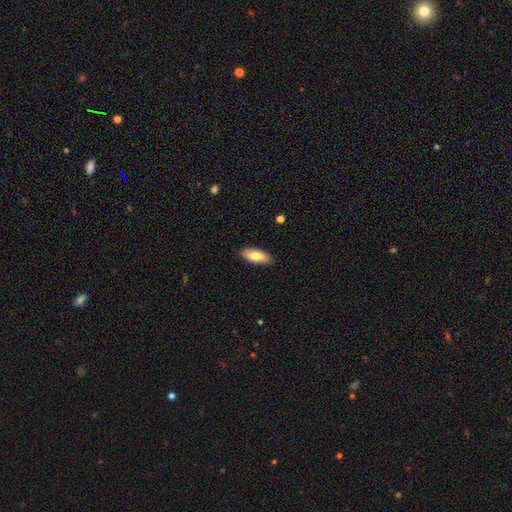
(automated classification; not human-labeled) Smooth or featured? smooth (79%)
How rounded? in between (82%)
Merging? none (88%)